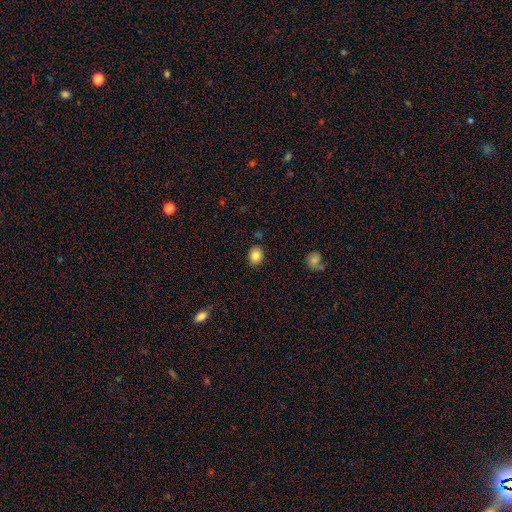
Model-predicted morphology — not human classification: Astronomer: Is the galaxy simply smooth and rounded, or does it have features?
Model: smooth — 84%.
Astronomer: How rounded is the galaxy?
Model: round — 53% (runner-up: in between, 46%).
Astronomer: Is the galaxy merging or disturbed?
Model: none — 87%.